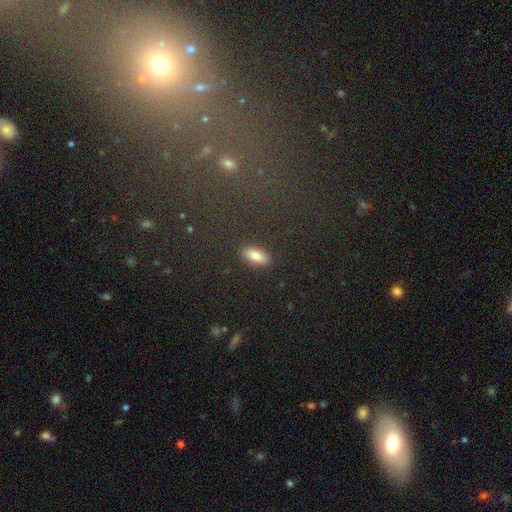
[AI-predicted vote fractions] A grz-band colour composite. It shows a smooth galaxy with no disk features (80%) that is in between round and cigar-shaped (85%). Merging: none (89%).